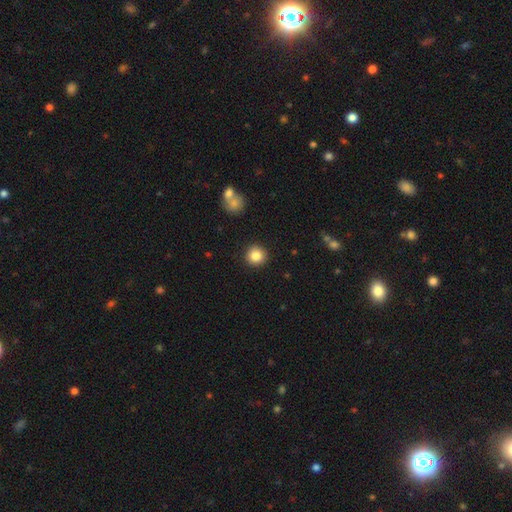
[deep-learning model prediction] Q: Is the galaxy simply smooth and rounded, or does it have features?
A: smooth — 85%.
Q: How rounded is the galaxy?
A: round — 93%.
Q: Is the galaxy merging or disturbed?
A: none — 91%.